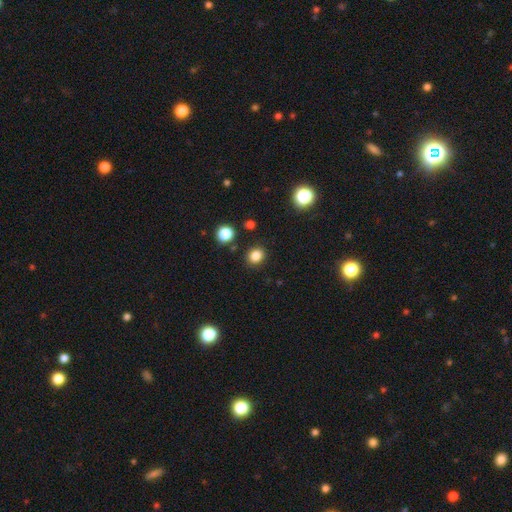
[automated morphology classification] smooth 83%, star or artifact 12%, featured or disk 4%. Down the decision tree: how rounded — round (67%); merging — none (87%).